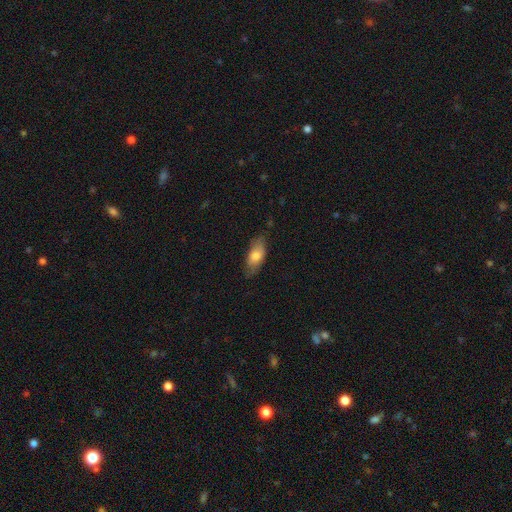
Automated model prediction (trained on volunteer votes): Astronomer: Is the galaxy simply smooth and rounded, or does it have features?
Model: smooth — 74%.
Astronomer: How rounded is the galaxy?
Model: in between — 84%.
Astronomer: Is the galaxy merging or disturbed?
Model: none — 70%.